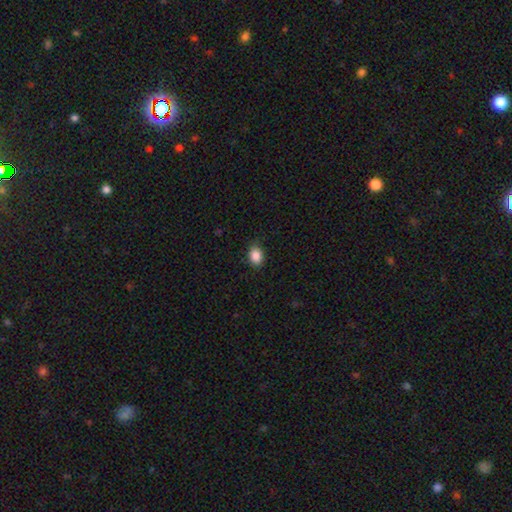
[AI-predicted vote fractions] Smooth or featured? smooth (88%)
How rounded? in between (73%)
Merging? none (84%)